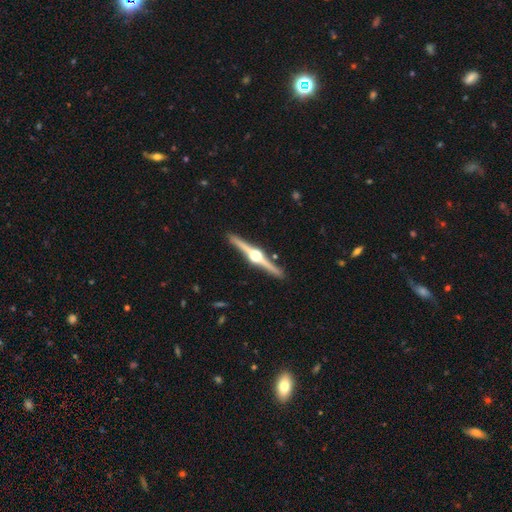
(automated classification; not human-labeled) Smooth or featured? Predicted: featured or disk (p=0.89). Edge-on disk? Predicted: yes (p=0.99). Edge-on bulge? Predicted: rounded (p=0.97). Merging? Predicted: none (p=0.93).